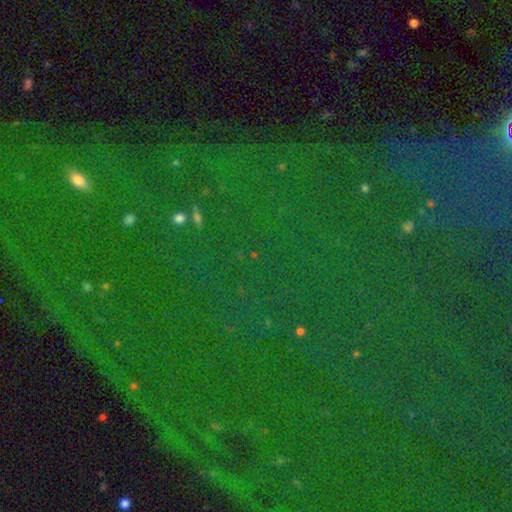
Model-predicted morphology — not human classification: Overall: star or artifact (82%).